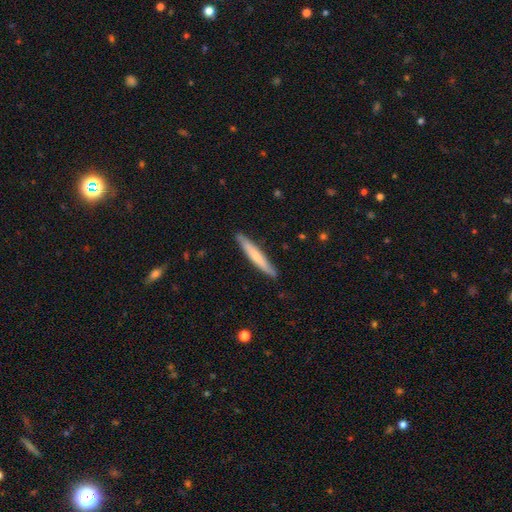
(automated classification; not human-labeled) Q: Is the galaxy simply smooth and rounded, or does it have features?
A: smooth — 58%.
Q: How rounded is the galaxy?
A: cigar-shaped — 95%.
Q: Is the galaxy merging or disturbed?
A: none — 88%.